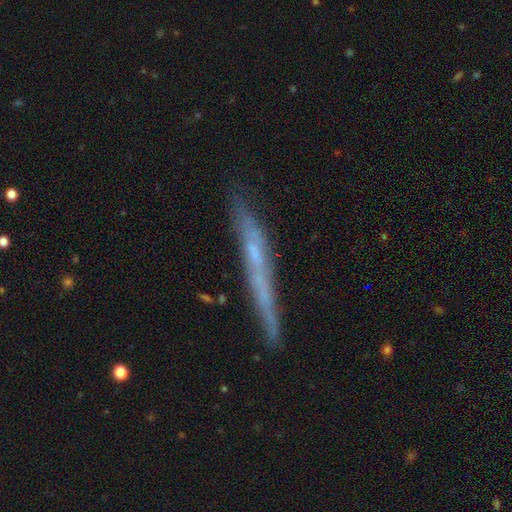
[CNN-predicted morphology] smooth-or-featured: featured or disk: 58% | smooth: 36% | star or artifact: 7%
  disk-edge-on: yes: 91% | no: 9%
    edge-on-bulge: none: 81% | rounded: 13% | boxy: 6%
  merging: none: 78% | minor disturbance: 16% | major disturbance: 3% | merger: 2%